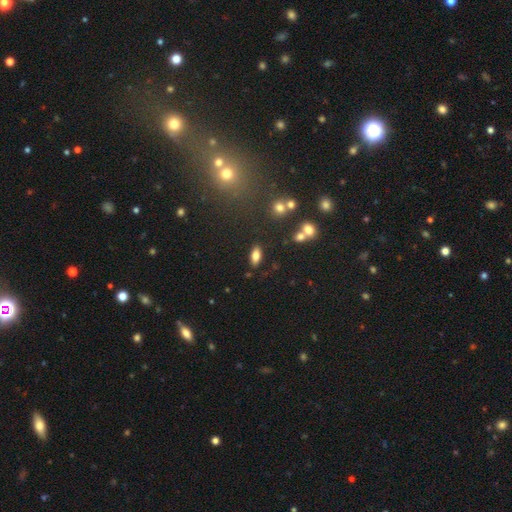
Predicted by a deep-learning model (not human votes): A smooth galaxy with no disk features (77%) that is in between round and cigar-shaped (87%). Merging: none (84%).